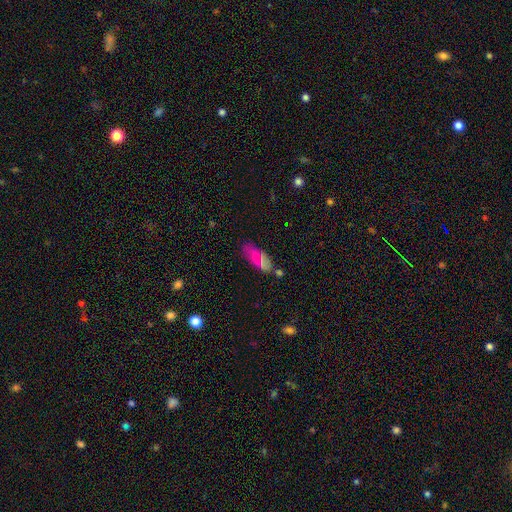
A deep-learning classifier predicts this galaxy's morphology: smooth 62%, featured or disk 25%, star or artifact 13%. Down the decision tree: how rounded — in between (70%); merging — none (65%).